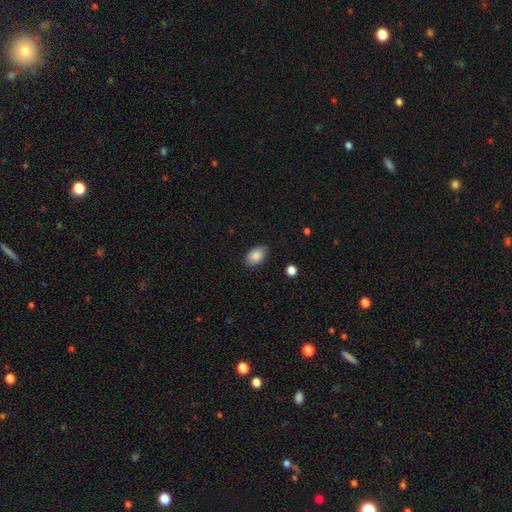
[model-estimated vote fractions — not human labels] This appears to be a smooth galaxy with no disk features (87%) that is in between round and cigar-shaped (89%). Merging: none (83%).